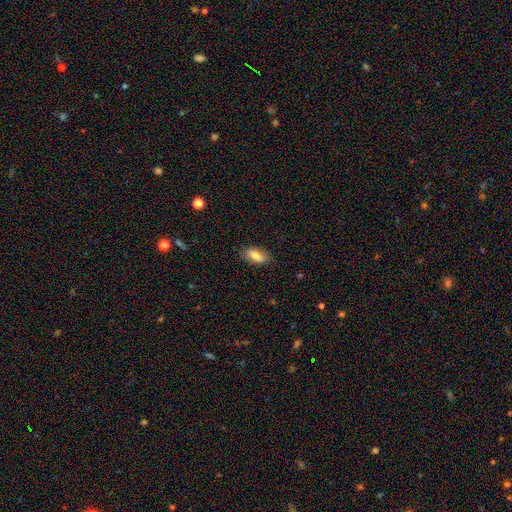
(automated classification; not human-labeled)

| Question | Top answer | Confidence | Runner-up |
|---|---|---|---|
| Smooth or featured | smooth | 81% | featured or disk (13%) |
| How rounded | in between | 84% | cigar-shaped (13%) |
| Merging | none | 83% | minor disturbance (13%) |